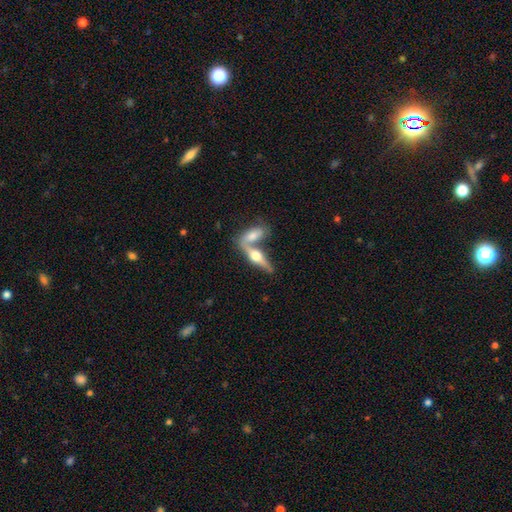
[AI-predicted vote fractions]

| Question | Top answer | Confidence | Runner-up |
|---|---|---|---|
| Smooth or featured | featured or disk | 60% | smooth (34%) |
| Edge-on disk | yes | 88% | no (12%) |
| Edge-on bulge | rounded | 95% | boxy (3%) |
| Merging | merger | 49% | none (40%) |